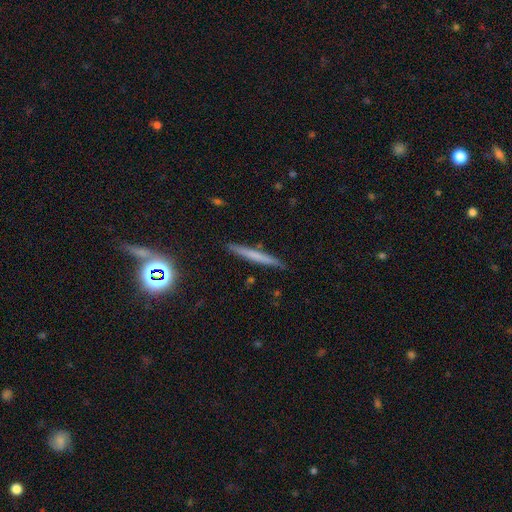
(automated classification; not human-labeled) Smooth or featured? smooth (55%)
How rounded? cigar-shaped (96%)
Merging? none (89%)